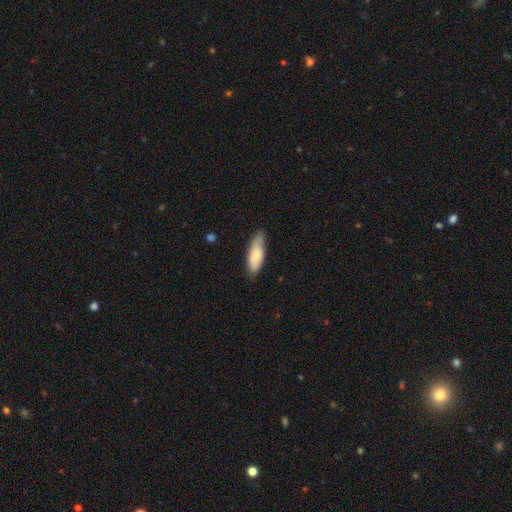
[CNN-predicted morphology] Smooth or featured? smooth (76%)
How rounded? in between (61%)
Merging? none (72%)